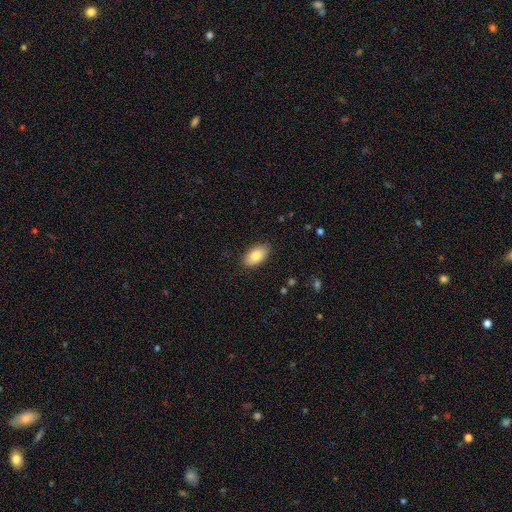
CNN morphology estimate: Overall: smooth (82%). How rounded: in between (94%). Merging: none (87%).